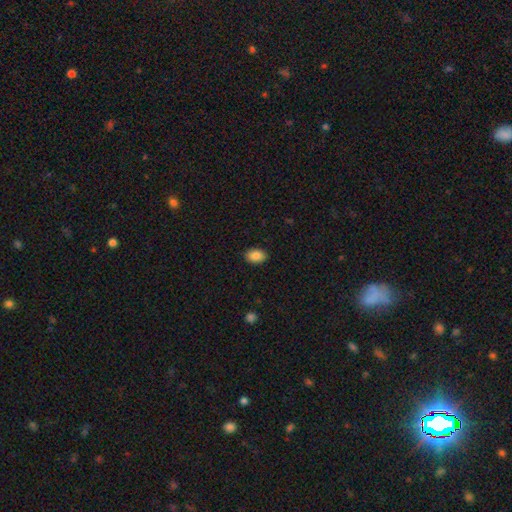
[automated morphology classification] This appears to be a smooth galaxy with no disk features (87%) that is in between round and cigar-shaped (86%). Merging: none (90%).